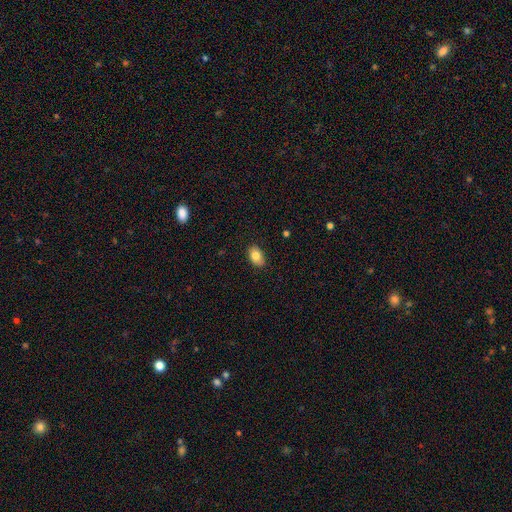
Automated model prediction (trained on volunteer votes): smooth-or-featured: smooth: 83% | featured or disk: 9% | star or artifact: 8%
  how-rounded: in between: 88% | round: 11% | cigar-shaped: 1%
  merging: none: 84% | minor disturbance: 13% | major disturbance: 2% | merger: 1%